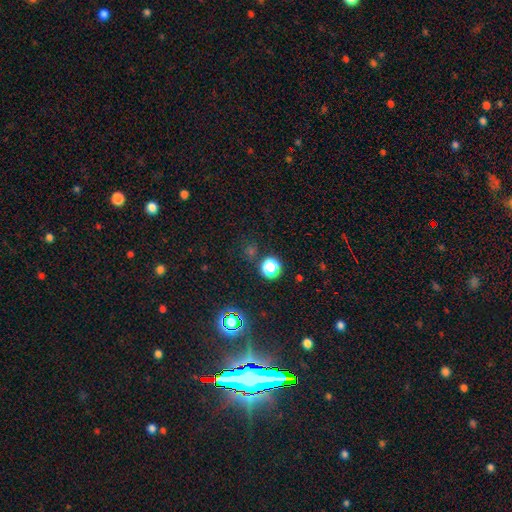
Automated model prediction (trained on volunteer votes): Smooth or featured?
  - star or artifact: 79% *
  - smooth: 12%
  - featured or disk: 9%